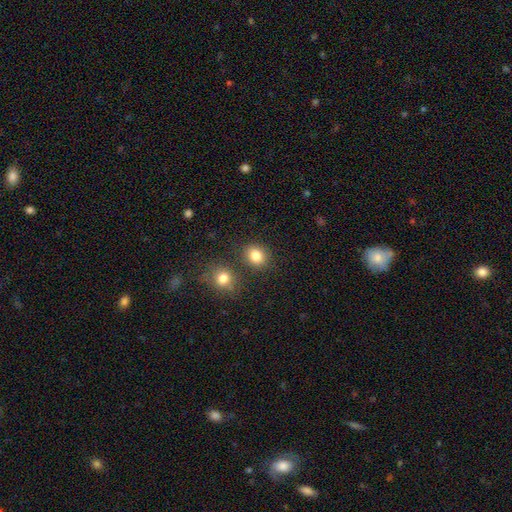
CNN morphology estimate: smooth-or-featured: smooth: 83% | star or artifact: 11% | featured or disk: 6%
  how-rounded: round: 69% | in between: 30% | cigar-shaped: 1%
  merging: none: 78% | merger: 10% | minor disturbance: 9% | major disturbance: 3%